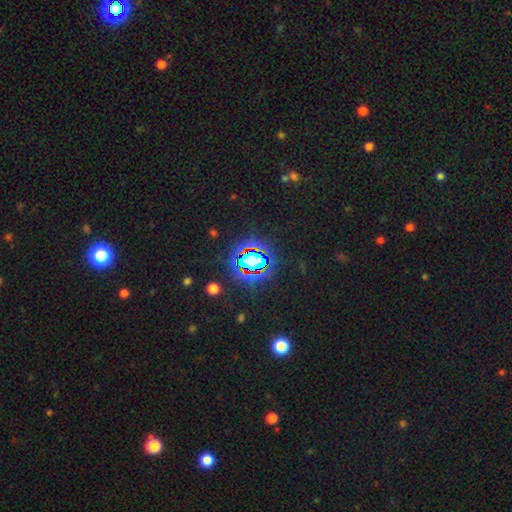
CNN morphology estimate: Smooth or featured: star or artifact — 79% (smooth — 13%)